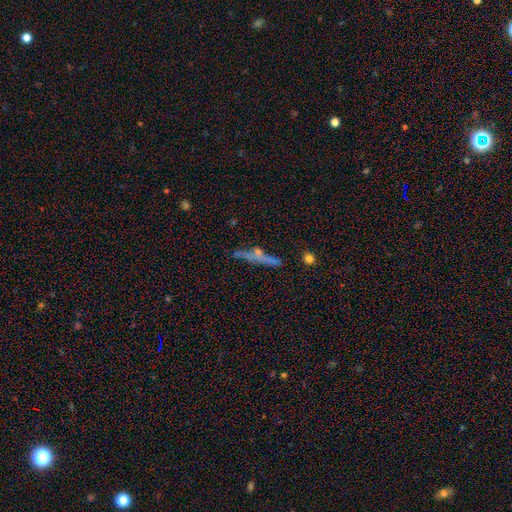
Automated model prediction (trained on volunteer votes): Smooth or featured? Predicted: featured or disk (p=0.47). Merging? Predicted: none (p=0.68).